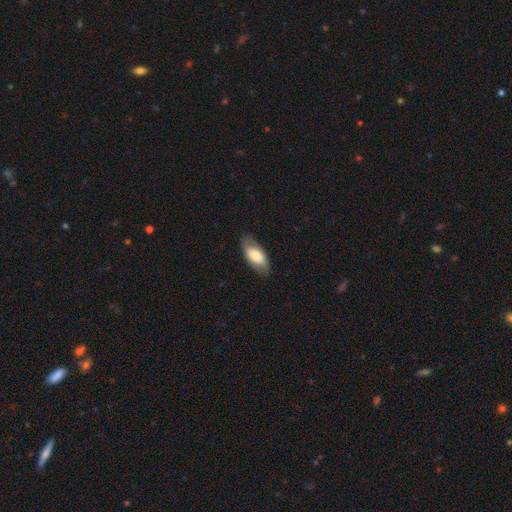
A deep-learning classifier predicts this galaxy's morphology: This is likely a smooth galaxy (69%). How rounded: clearly in between (89%). Merging: likely none (79%).